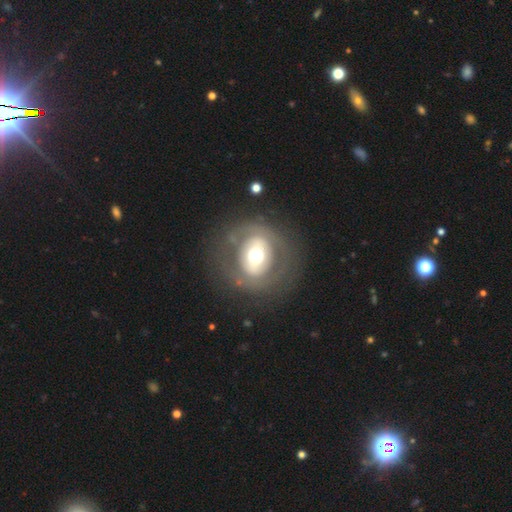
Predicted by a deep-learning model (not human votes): The model was most divided on "smooth or featured": featured or disk: 51%, smooth: 39%, star or artifact: 9%. More confident: edge-on disk — no (94%); merging — none (77%).